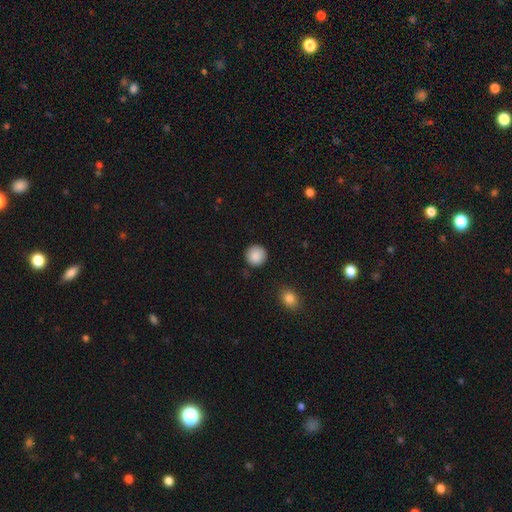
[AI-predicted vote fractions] Overall: smooth (89%). How rounded: round (94%). Merging: none (89%).